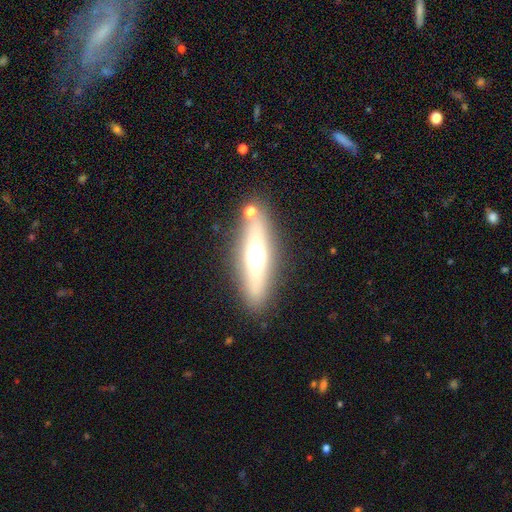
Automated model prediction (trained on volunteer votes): Q: Smooth or featured?
A: featured or disk (49%); runner-up: smooth (39%)
Q: Merging?
A: none (82%); runner-up: minor disturbance (9%)